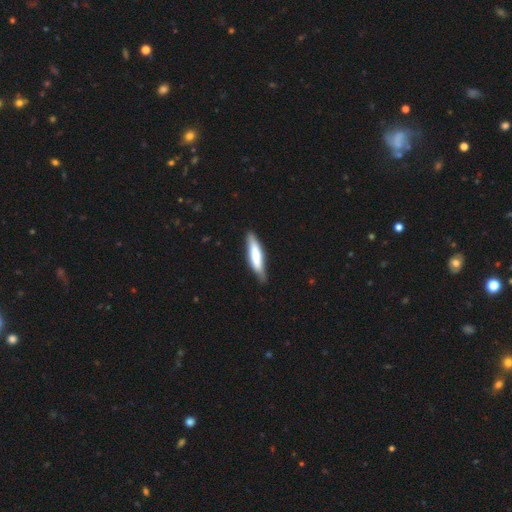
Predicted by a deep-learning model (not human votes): Q: Smooth or featured?
A: smooth (61%); runner-up: featured or disk (34%)
Q: How rounded?
A: cigar-shaped (77%); runner-up: in between (22%)
Q: Merging?
A: none (80%); runner-up: minor disturbance (16%)